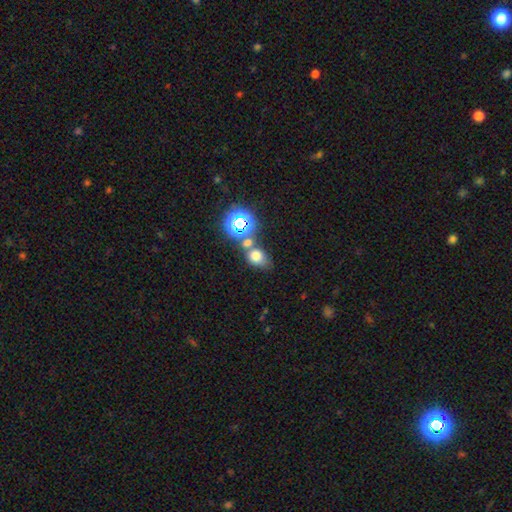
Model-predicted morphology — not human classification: smooth 66%, star or artifact 23%, featured or disk 11%. Down the decision tree: how rounded — in between (54%); merging — none (49%).